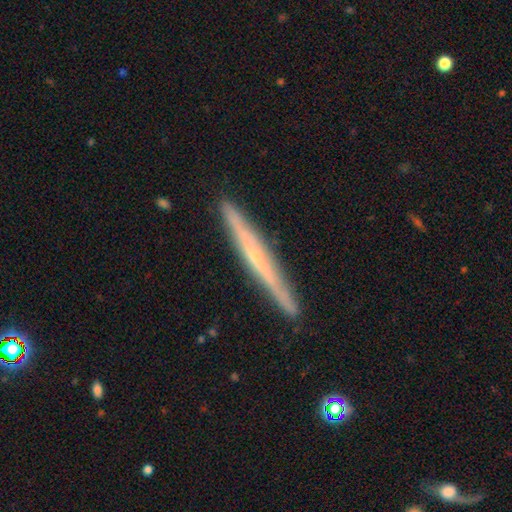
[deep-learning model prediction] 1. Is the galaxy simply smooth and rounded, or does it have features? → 69% featured or disk, 25% smooth, 6% star or artifact.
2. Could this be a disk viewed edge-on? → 96% yes, 4% no.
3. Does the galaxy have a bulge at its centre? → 50% none, 46% rounded, 5% boxy.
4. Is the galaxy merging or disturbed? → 90% none, 8% minor disturbance, 1% major disturbance, 1% merger.